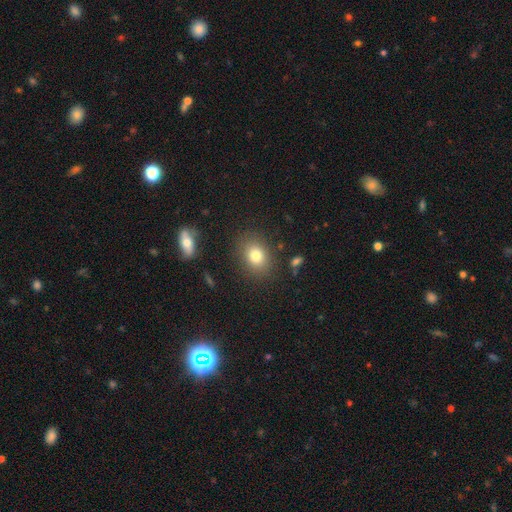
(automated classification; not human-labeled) smooth-or-featured: smooth: 79% | star or artifact: 11% | featured or disk: 10%
  how-rounded: in between: 55% | round: 44% | cigar-shaped: 1%
  merging: none: 84% | minor disturbance: 10% | major disturbance: 4% | merger: 2%